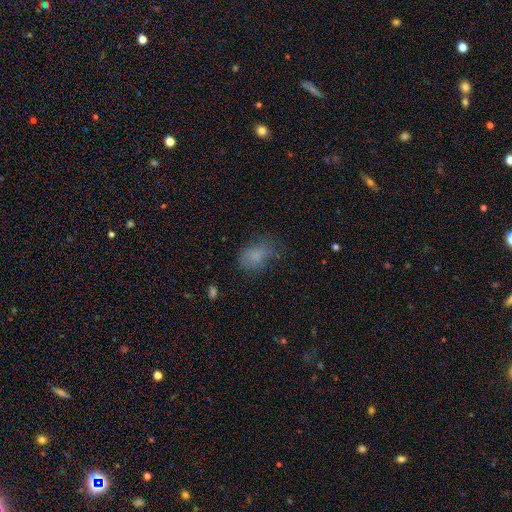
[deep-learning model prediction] The model was most divided on "merging": none: 48%, minor disturbance: 29%, major disturbance: 21%, merger: 2%. More confident: smooth or featured — smooth (74%); how rounded — in between (74%).